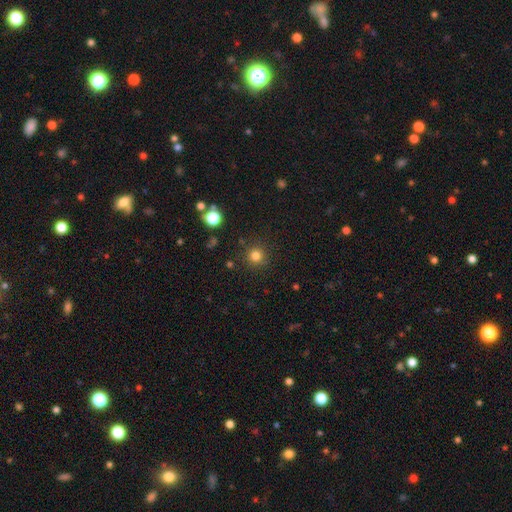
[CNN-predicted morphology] Q: Smooth or featured?
A: smooth (81%); runner-up: star or artifact (14%)
Q: How rounded?
A: round (95%); runner-up: in between (4%)
Q: Merging?
A: none (88%); runner-up: minor disturbance (7%)